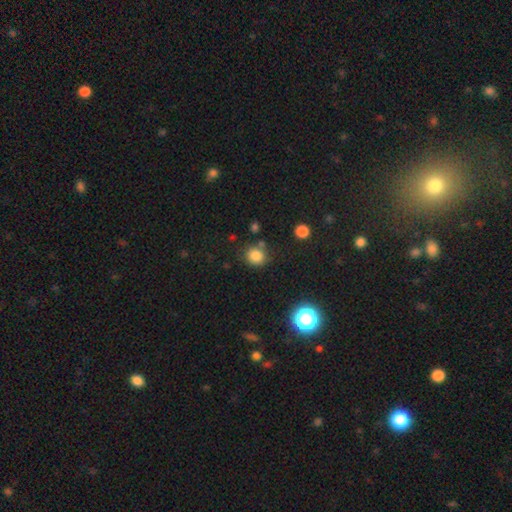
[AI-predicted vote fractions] A smooth galaxy with no disk features (82%) that is round (79%).

Vote fractions:
- Smooth or featured? smooth: 82% / star or artifact: 13% / featured or disk: 5%
- How rounded? round: 79% / in between: 20% / cigar-shaped: 1%
- Merging? none: 75% / minor disturbance: 13% / merger: 8% / major disturbance: 4%